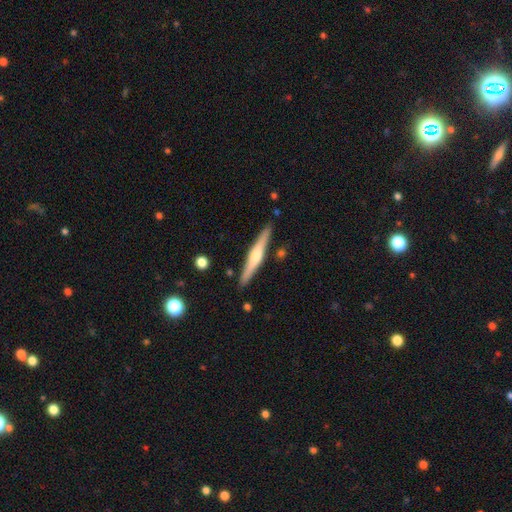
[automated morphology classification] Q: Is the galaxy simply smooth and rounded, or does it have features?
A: featured or disk — 65%.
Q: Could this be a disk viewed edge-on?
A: yes — 98%.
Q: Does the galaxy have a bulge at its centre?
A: rounded — 81%.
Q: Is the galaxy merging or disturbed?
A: none — 88%.